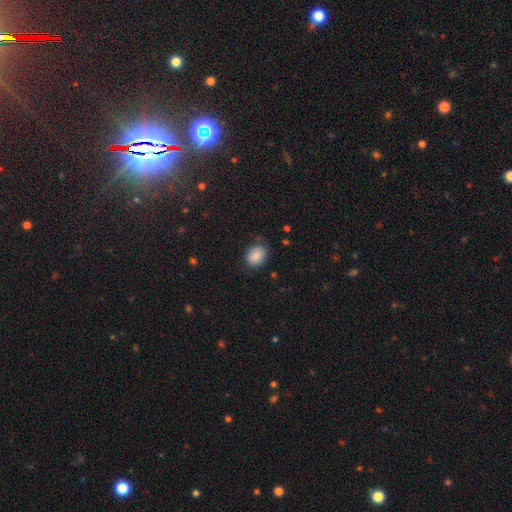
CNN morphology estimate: Overall: smooth (87%). How rounded: in between (57%; round 43%). Merging: none (77%).